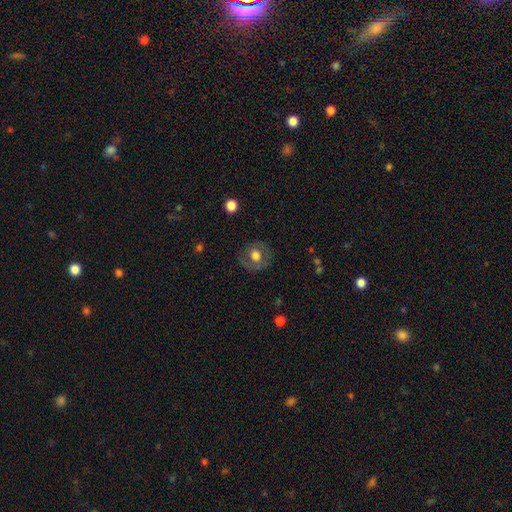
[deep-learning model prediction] Smooth or featured? smooth (59%)
How rounded? round (81%)
Merging? none (82%)